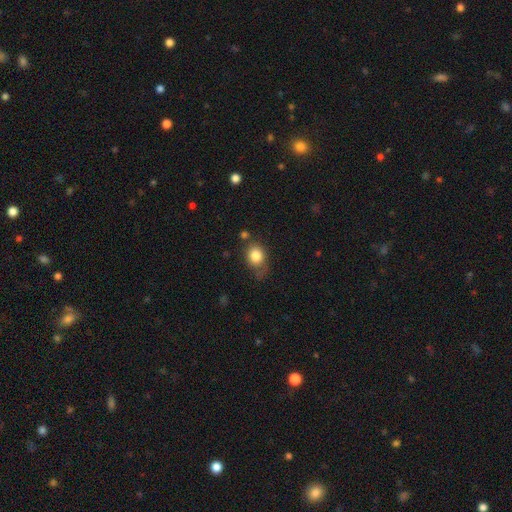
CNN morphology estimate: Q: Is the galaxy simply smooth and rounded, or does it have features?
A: smooth — 82%.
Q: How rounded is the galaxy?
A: round — 52%.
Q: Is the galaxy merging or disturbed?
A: none — 55%.